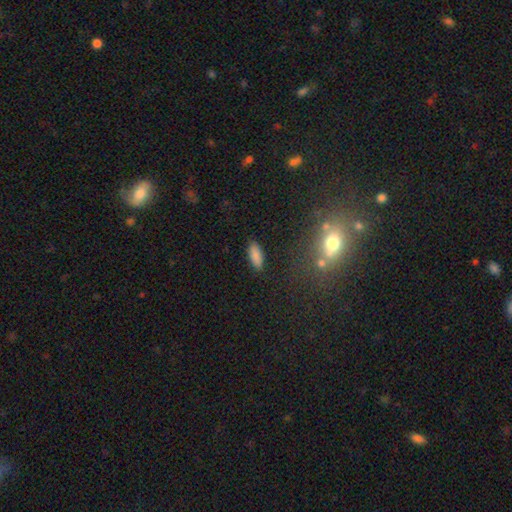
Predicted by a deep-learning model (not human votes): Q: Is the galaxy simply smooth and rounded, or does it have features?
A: smooth — 87%.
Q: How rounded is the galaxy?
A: in between — 76%.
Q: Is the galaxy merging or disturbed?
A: none — 88%.